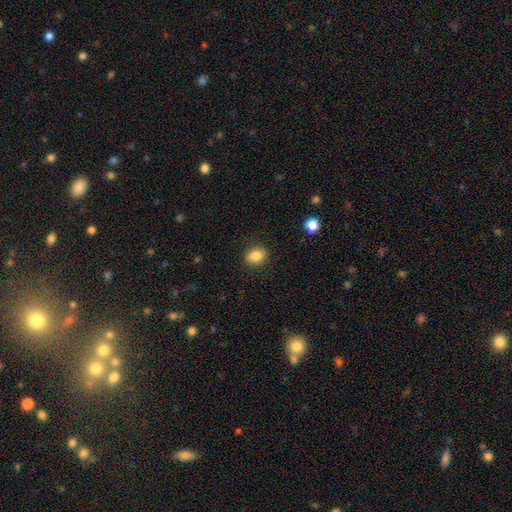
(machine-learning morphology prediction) Q: Smooth or featured?
A: smooth (84%); runner-up: star or artifact (10%)
Q: How rounded?
A: round (52%); runner-up: in between (47%)
Q: Merging?
A: none (89%); runner-up: minor disturbance (8%)